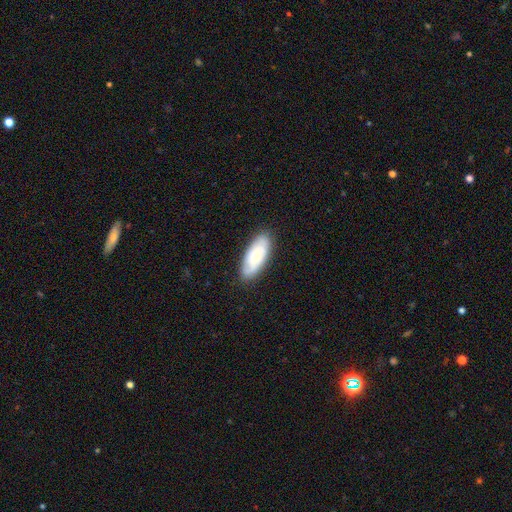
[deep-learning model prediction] Morphology: type=smooth (56%); roundness=in between (80%); merging=none (86%).